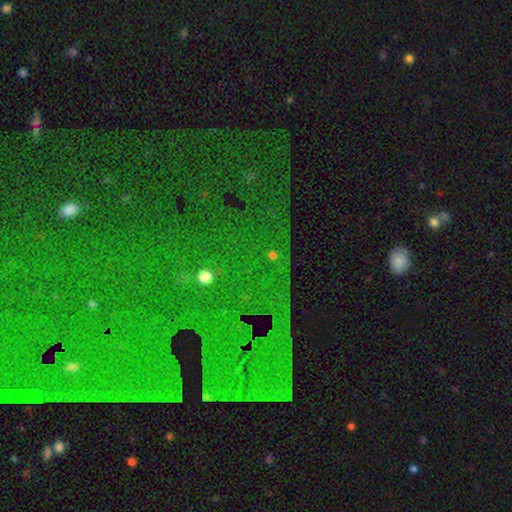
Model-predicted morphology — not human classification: Smooth or featured?
  - star or artifact: 79% *
  - featured or disk: 11%
  - smooth: 10%